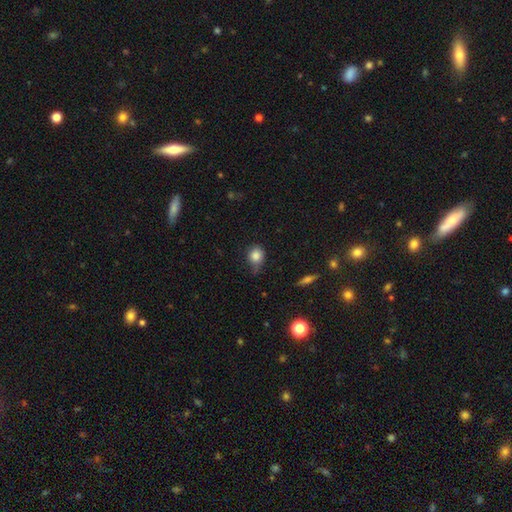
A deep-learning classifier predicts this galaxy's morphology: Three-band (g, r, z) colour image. It shows a smooth galaxy with no disk features (84%) that is round (72%). Merging: none (54%).